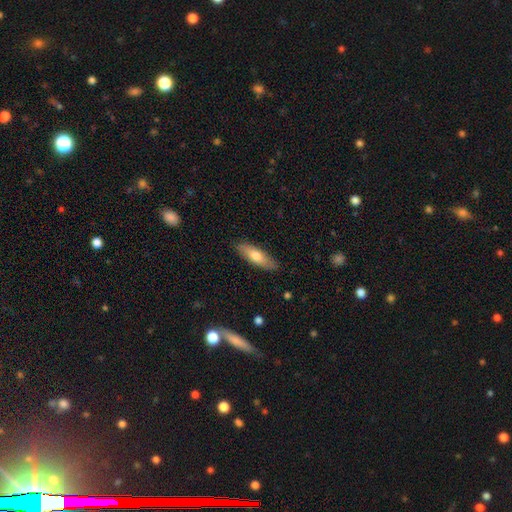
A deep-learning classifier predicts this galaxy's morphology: Smooth or featured: smooth — 68% (featured or disk — 26%)
How rounded: in between — 53% (cigar-shaped — 45%)
Merging: none — 87% (minor disturbance — 10%)